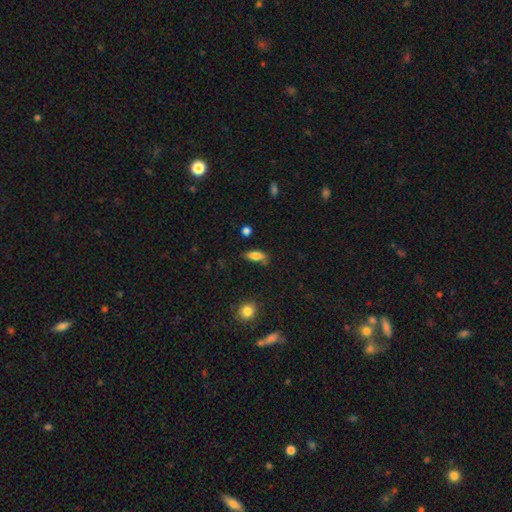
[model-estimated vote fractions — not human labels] smooth_or_featured: smooth (p=0.81) [alt: featured or disk p=0.11]
how_rounded: in between (p=0.77) [alt: cigar-shaped p=0.20]
merging: none (p=0.68) [alt: minor disturbance p=0.22]